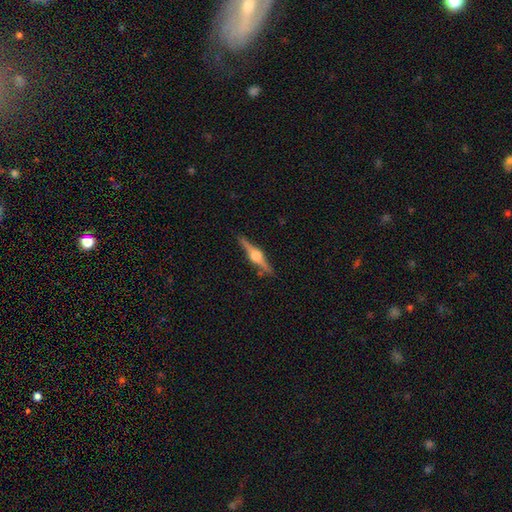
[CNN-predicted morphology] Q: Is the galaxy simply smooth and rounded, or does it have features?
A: featured or disk — 82%.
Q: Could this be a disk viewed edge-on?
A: yes — 98%.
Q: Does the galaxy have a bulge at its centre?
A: rounded — 94%.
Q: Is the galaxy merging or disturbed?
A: none — 89%.